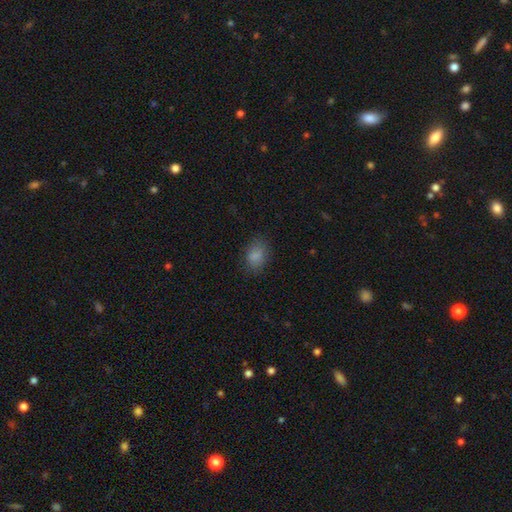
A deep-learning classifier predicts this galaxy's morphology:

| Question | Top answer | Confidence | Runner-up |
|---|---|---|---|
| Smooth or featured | smooth | 84% | star or artifact (10%) |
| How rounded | in between | 74% | round (25%) |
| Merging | none | 78% | minor disturbance (16%) |